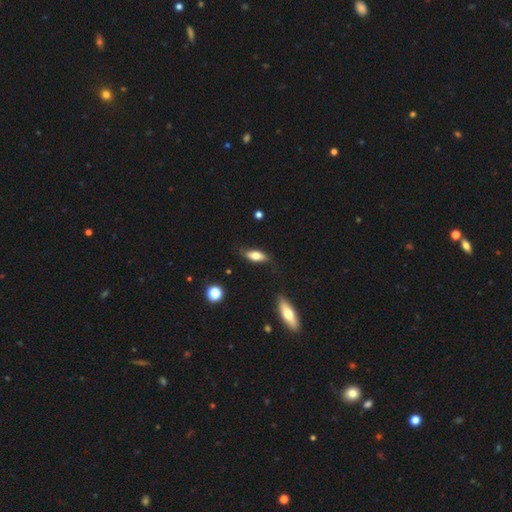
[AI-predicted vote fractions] Smooth or featured?
  - smooth: 68% *
  - featured or disk: 25%
  - star or artifact: 7%
How rounded?
  - in between: 73% *
  - cigar-shaped: 24%
  - round: 3%
Merging?
  - none: 76% *
  - minor disturbance: 19%
  - major disturbance: 4%
  - merger: 2%